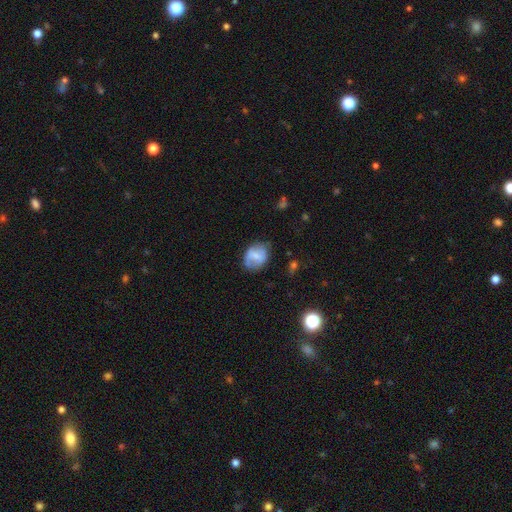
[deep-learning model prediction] Smooth or featured?
  - smooth: 58% *
  - featured or disk: 34%
  - star or artifact: 9%
How rounded?
  - in between: 52% *
  - round: 46%
  - cigar-shaped: 1%
Merging?
  - none: 62% *
  - minor disturbance: 26%
  - major disturbance: 10%
  - merger: 3%